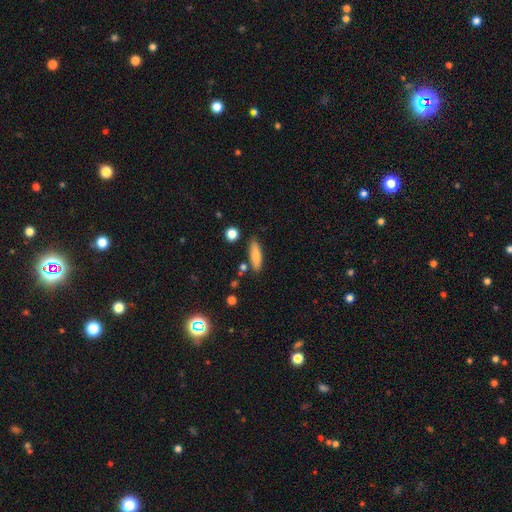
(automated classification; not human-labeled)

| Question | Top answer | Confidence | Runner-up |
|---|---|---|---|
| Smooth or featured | smooth | 79% | featured or disk (13%) |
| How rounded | cigar-shaped | 55% | in between (42%) |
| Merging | none | 82% | minor disturbance (11%) |